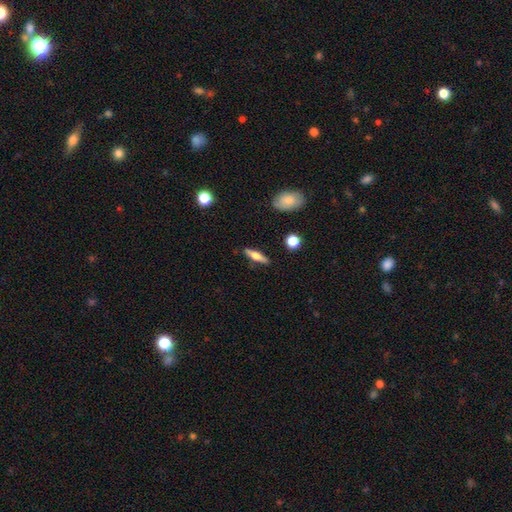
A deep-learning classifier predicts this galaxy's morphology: Smooth or featured? Predicted: featured or disk (p=0.48). Merging? Predicted: none (p=0.88).